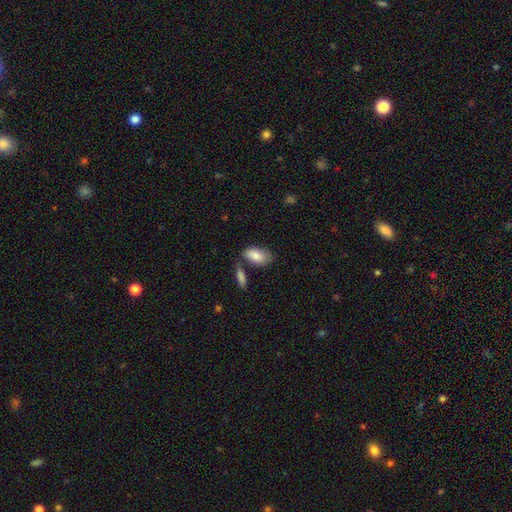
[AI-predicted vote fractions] A smooth galaxy with no disk features (83%) that is in between round and cigar-shaped (92%). Merging: none (63%).